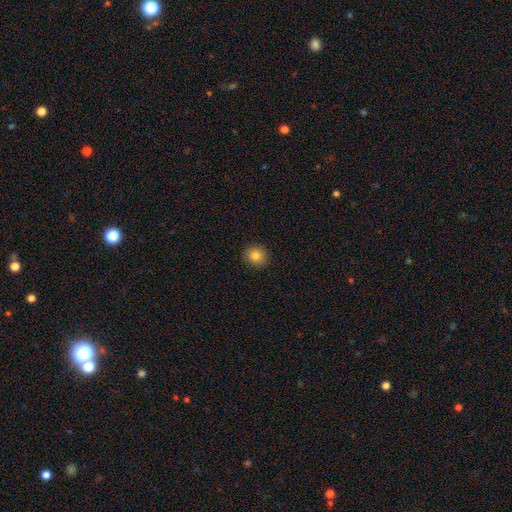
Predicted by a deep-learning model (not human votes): This is clearly a smooth galaxy (82%). How rounded: clearly round (86%). Merging: clearly none (91%).